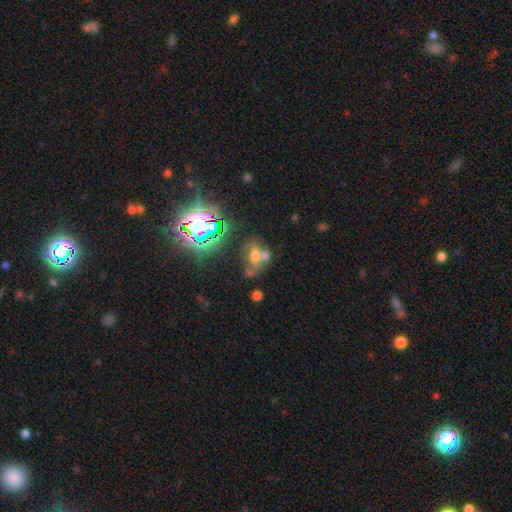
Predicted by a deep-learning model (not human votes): Smooth or featured?
  - smooth: 37% *
  - featured or disk: 33%
  - star or artifact: 31%
Merging?
  - merger: 43% *
  - none: 31%
  - minor disturbance: 14%
  - major disturbance: 12%